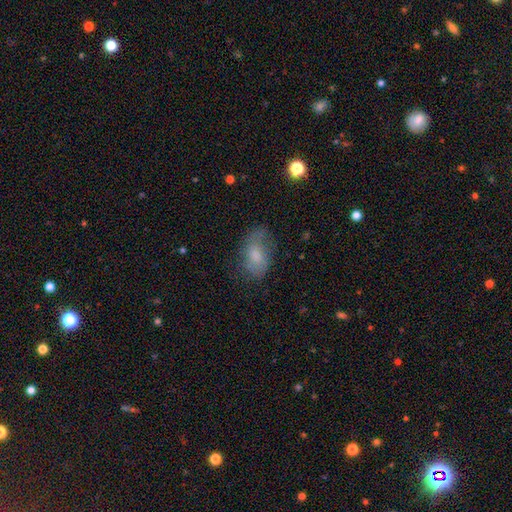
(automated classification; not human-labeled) The model was most divided on "merging": none: 58%, minor disturbance: 27%, major disturbance: 13%, merger: 2%. More confident: how rounded — in between (89%); smooth or featured — smooth (66%).